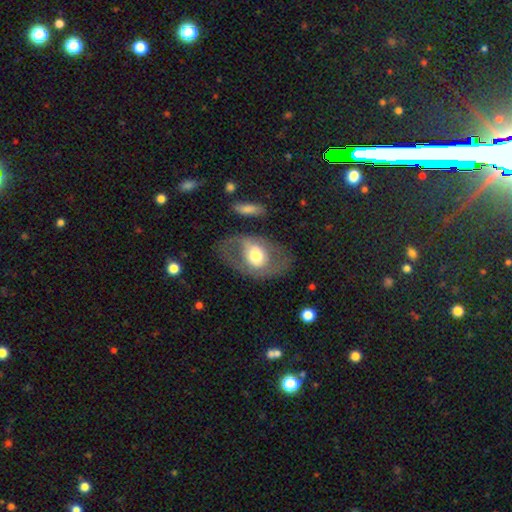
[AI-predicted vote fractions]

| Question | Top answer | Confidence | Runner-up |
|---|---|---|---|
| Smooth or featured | featured or disk | 51% | smooth (42%) |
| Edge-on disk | no | 90% | yes (10%) |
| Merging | none | 68% | minor disturbance (16%) |